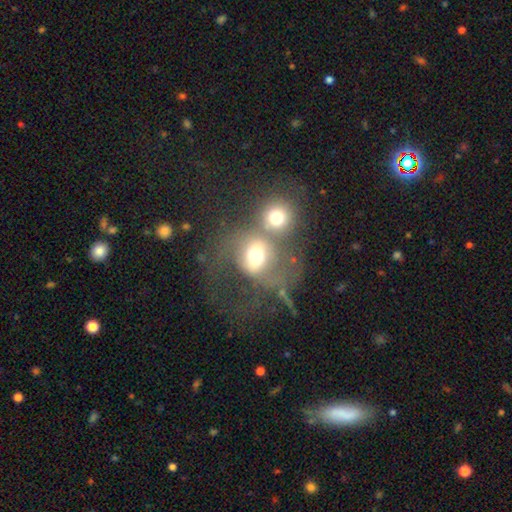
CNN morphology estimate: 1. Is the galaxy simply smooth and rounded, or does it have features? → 51% smooth, 36% featured or disk, 13% star or artifact.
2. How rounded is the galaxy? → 62% round, 37% in between, 1% cigar-shaped.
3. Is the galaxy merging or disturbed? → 58% merger, 17% none, 17% major disturbance, 8% minor disturbance.